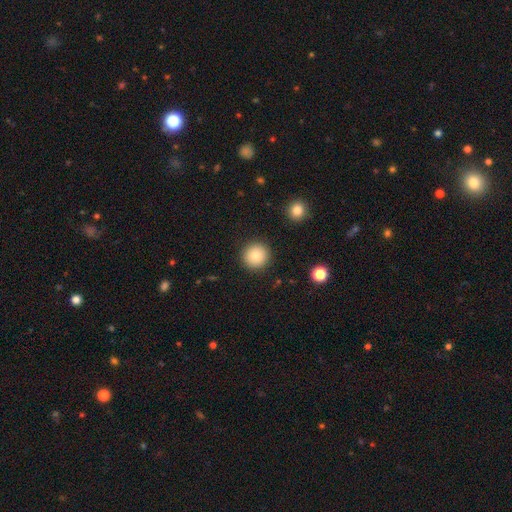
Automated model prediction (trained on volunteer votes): smooth-or-featured: smooth: 83% | star or artifact: 10% | featured or disk: 7%
  how-rounded: round: 95% | in between: 4% | cigar-shaped: 1%
  merging: none: 91% | minor disturbance: 5% | major disturbance: 2% | merger: 1%